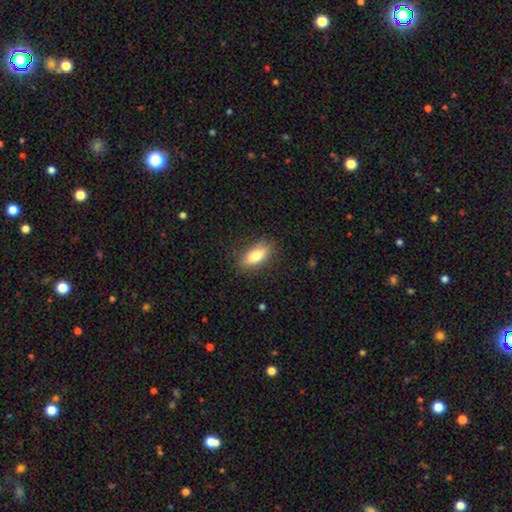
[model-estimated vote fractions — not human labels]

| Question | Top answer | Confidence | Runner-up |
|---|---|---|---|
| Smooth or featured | smooth | 76% | featured or disk (17%) |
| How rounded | in between | 74% | cigar-shaped (23%) |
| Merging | none | 85% | minor disturbance (11%) |